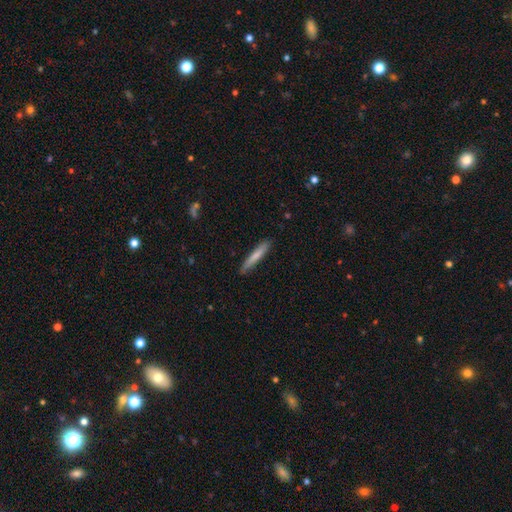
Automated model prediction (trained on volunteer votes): The model was most divided on "smooth or featured": smooth: 74%, featured or disk: 20%, star or artifact: 5%. More confident: how rounded — cigar-shaped (94%); merging — none (86%).